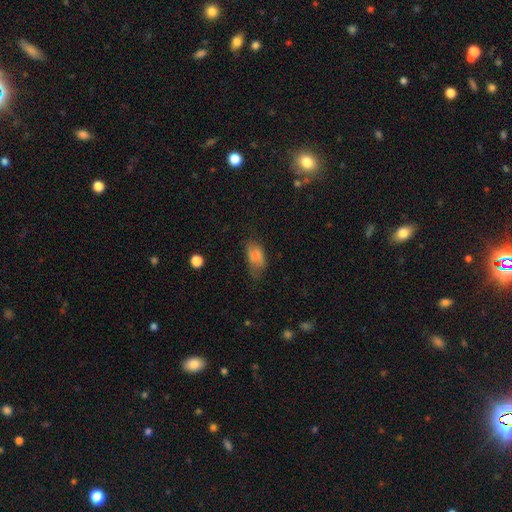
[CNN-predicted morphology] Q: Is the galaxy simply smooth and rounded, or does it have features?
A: smooth — 74%.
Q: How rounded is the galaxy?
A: in between — 91%.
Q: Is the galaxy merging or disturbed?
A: none — 47%.